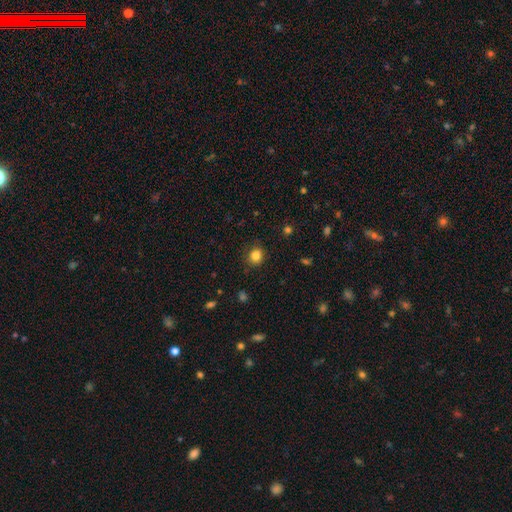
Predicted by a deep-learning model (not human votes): Smooth or featured? smooth (83%)
How rounded? round (77%)
Merging? none (84%)